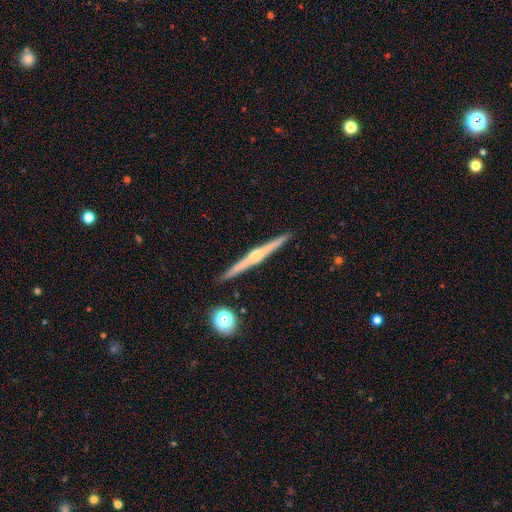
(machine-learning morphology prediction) Smooth or featured? featured or disk (79%)
Edge-on disk? yes (99%)
Edge-on bulge? rounded (85%)
Merging? none (92%)